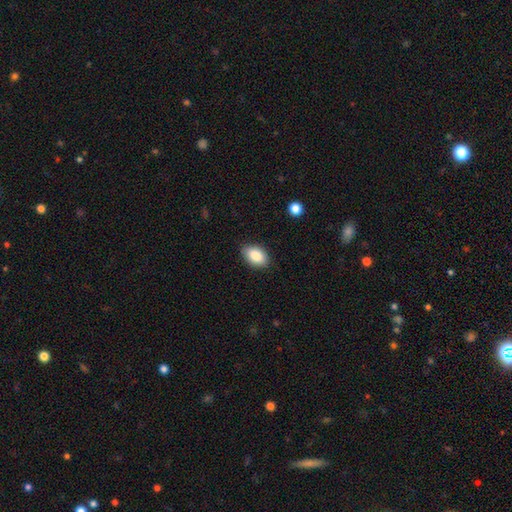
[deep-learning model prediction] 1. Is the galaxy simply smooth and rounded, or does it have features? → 87% smooth, 7% star or artifact, 6% featured or disk.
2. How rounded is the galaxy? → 91% in between, 8% round, 1% cigar-shaped.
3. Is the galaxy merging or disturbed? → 85% none, 11% minor disturbance, 2% major disturbance, 1% merger.